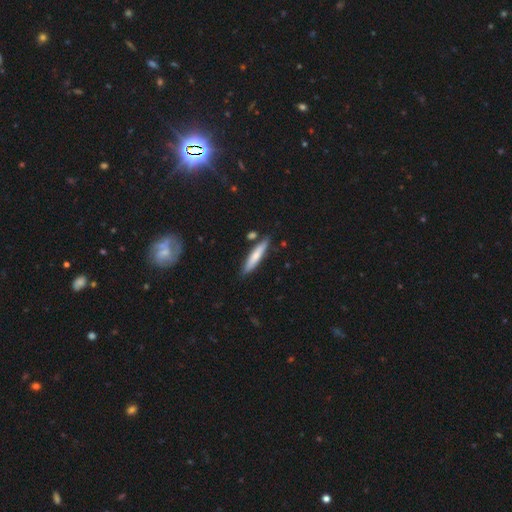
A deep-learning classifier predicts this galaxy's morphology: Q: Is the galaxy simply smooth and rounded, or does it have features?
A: smooth — 68%.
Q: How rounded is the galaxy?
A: cigar-shaped — 88%.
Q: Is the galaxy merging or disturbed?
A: none — 82%.